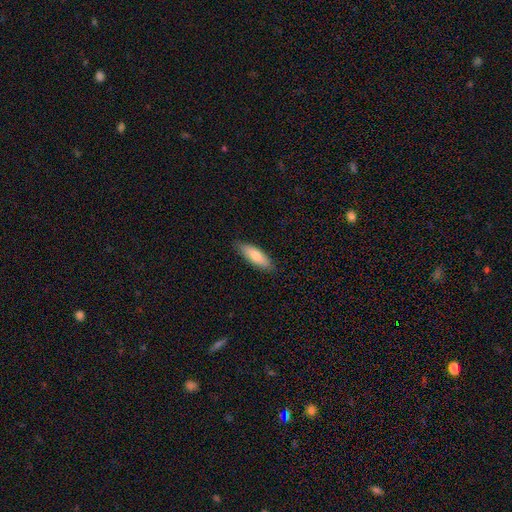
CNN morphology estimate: smooth 81%, featured or disk 13%, star or artifact 6%. Down the decision tree: how rounded — in between (55%); merging — none (84%).